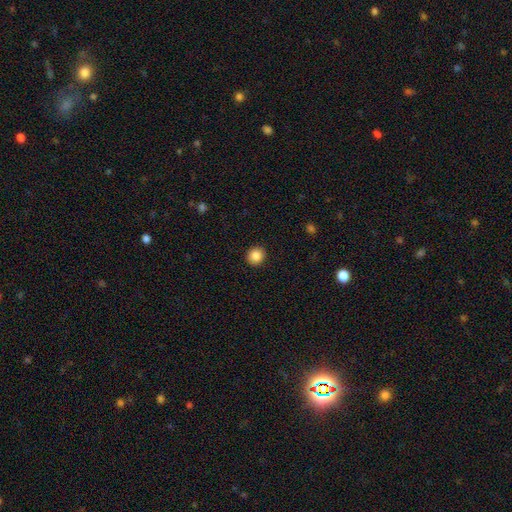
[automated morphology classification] smooth_or_featured: smooth (p=0.87) [alt: star or artifact p=0.10]
how_rounded: round (p=0.89) [alt: in between p=0.10]
merging: none (p=0.92) [alt: minor disturbance p=0.05]